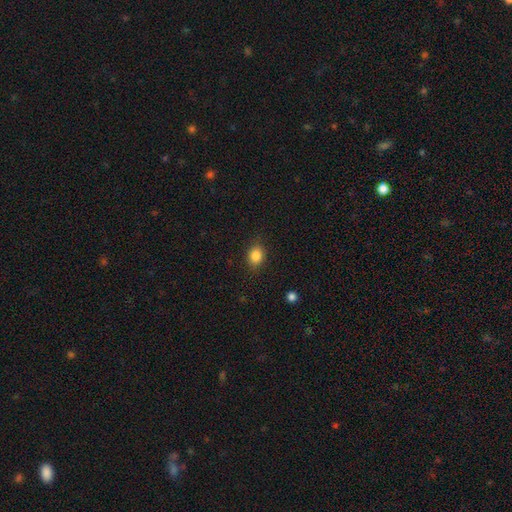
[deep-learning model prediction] smooth 85%, star or artifact 10%, featured or disk 6%. Down the decision tree: how rounded — in between (51%); merging — none (84%).